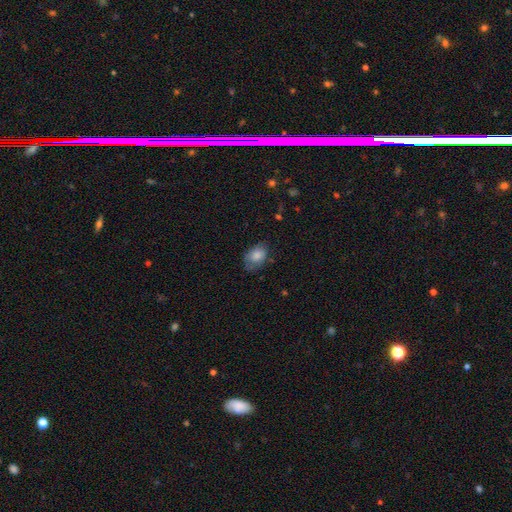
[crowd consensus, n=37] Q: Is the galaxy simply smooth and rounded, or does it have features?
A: smooth — 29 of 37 (78%).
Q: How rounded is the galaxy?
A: in between — 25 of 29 (86%).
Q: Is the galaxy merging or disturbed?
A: none — 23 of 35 (66%).